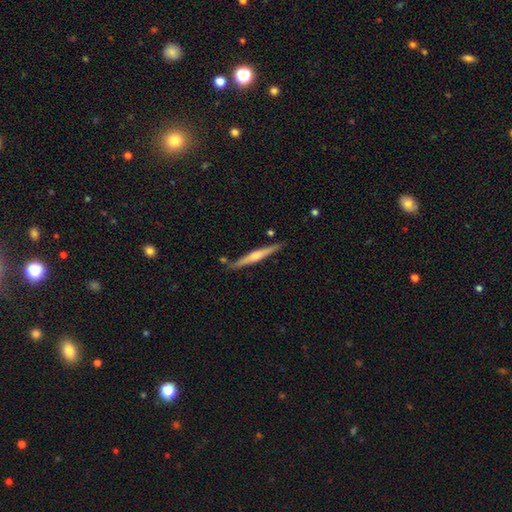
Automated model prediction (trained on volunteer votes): The model was most divided on "smooth or featured": featured or disk: 62%, smooth: 33%, star or artifact: 5%. More confident: edge-on disk — yes (97%); merging — none (83%); edge-on bulge — rounded (75%).